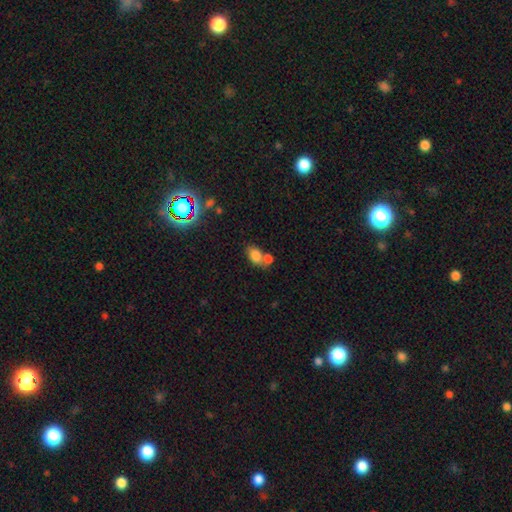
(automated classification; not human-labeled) A smooth galaxy with no disk features (79%) that is in between round and cigar-shaped (82%). Merging: merger (48%).